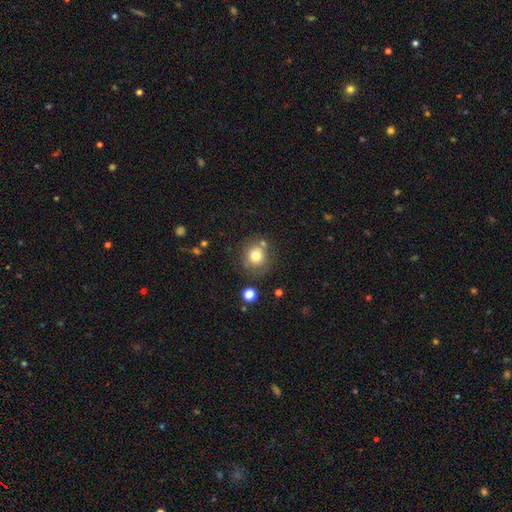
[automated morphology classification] This is likely a smooth galaxy (76%). How rounded: clearly round (85%). Merging: likely none (71%).